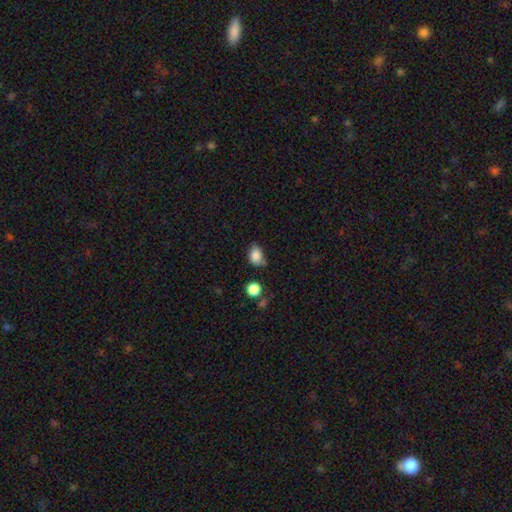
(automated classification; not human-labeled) smooth_or_featured: smooth (p=0.84) [alt: star or artifact p=0.10]
how_rounded: in between (p=0.71) [alt: round p=0.27]
merging: none (p=0.52) [alt: minor disturbance p=0.34]